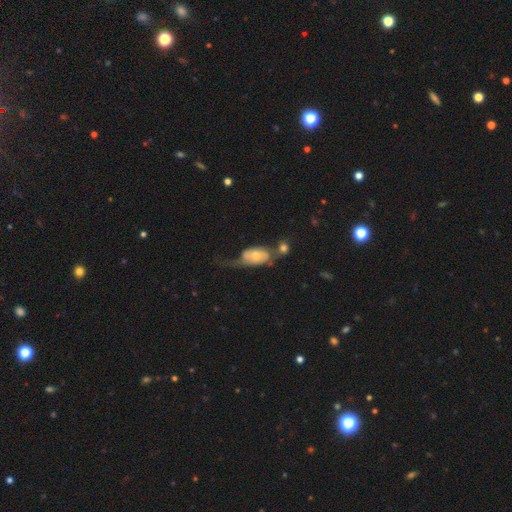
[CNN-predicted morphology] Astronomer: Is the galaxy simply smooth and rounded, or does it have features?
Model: smooth — 50% (runner-up: featured or disk, 43%).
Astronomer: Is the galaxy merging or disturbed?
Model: major disturbance — 32% (runner-up: merger, 29%).